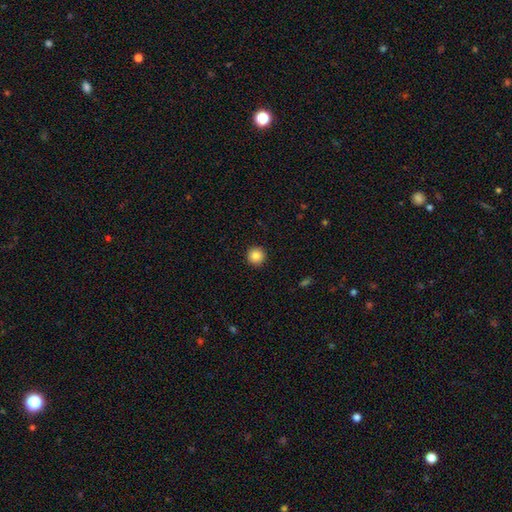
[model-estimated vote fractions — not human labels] A smooth galaxy with no disk features (86%) that is round (96%). Merging: none (93%).